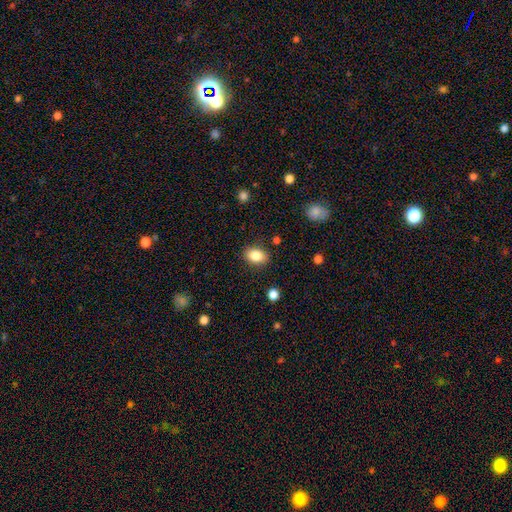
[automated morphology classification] A smooth galaxy with no disk features (85%) that is in between round and cigar-shaped (82%).

Vote fractions:
- Smooth or featured? smooth: 85% / star or artifact: 8% / featured or disk: 7%
- How rounded? in between: 82% / round: 17% / cigar-shaped: 1%
- Merging? none: 86% / minor disturbance: 10% / major disturbance: 3% / merger: 1%